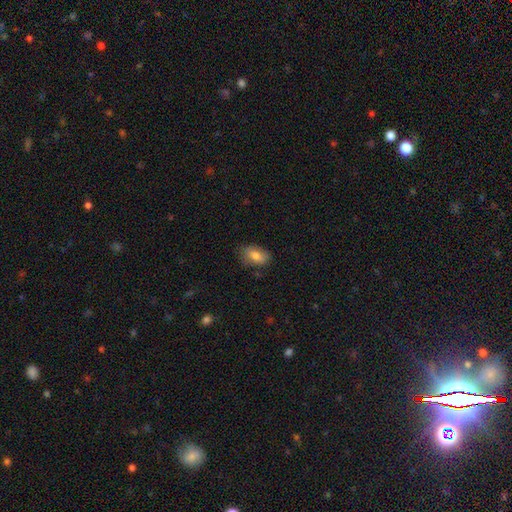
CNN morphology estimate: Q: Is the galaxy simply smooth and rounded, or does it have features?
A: smooth — 79%.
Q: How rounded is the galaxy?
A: in between — 88%.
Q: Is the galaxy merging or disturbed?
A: none — 76%.